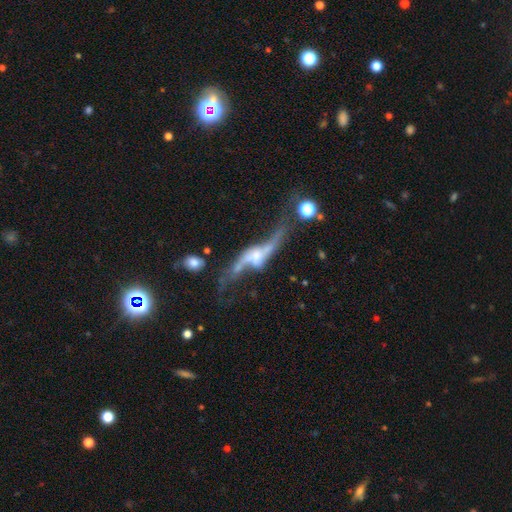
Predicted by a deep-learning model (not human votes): Smooth or featured?
  - featured or disk: 85% *
  - star or artifact: 8%
  - smooth: 7%
Edge-on disk?
  - no: 76% *
  - yes: 24%
Bar?
  - no: 49% *
  - weak: 33%
  - strong: 19%
Spiral arms?
  - yes: 90% *
  - no: 10%
Spiral winding?
  - loose: 94% *
  - medium: 4%
  - tight: 2%
Spiral arm count?
  - 2: 92% *
  - 1: 3%
  - can't tell: 2%
  - 3: 1%
  - 4: 1%
  - more than 4: 1%
Bulge size?
  - small: 41% *
  - moderate: 31%
  - none: 17%
  - large: 8%
  - dominant: 3%
Merging?
  - none: 41% *
  - major disturbance: 24%
  - minor disturbance: 18%
  - merger: 17%